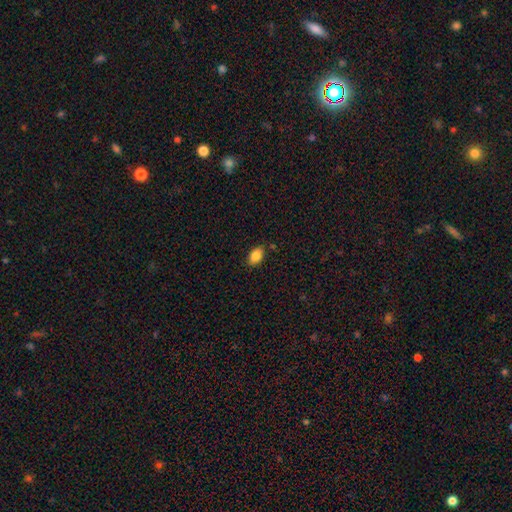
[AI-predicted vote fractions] Morphology: type=smooth (86%); roundness=in between (88%); merging=none (83%).